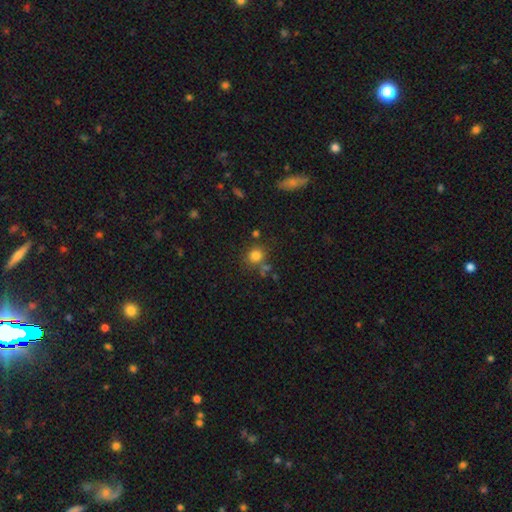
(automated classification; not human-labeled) Smooth or featured? Predicted: smooth (p=0.79). How rounded? Predicted: round (p=0.86). Merging? Predicted: none (p=0.74).